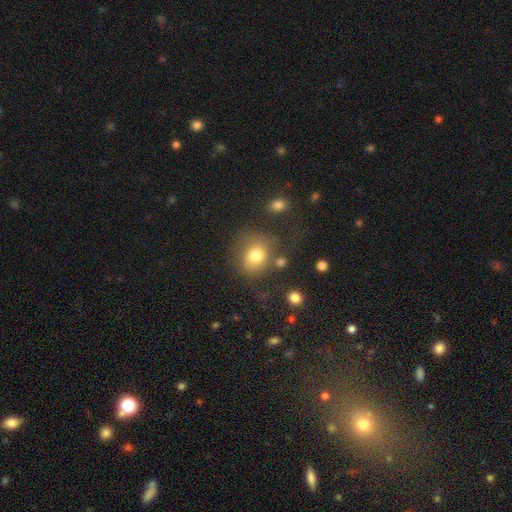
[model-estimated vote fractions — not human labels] smooth 75%, featured or disk 13%, star or artifact 12%. Down the decision tree: how rounded — round (66%); merging — none (60%).